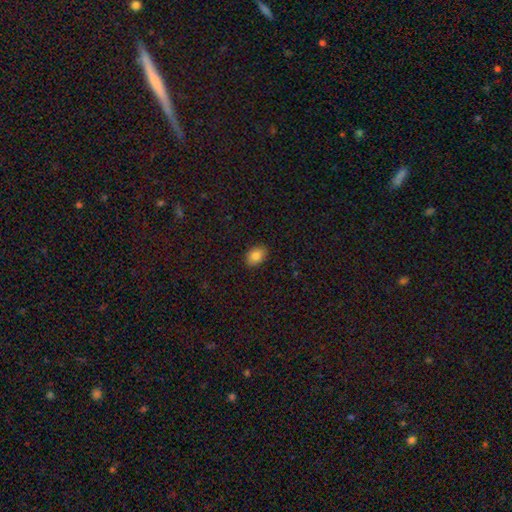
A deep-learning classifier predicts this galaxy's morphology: Q: Smooth or featured?
A: smooth (84%); runner-up: star or artifact (9%)
Q: How rounded?
A: in between (75%); runner-up: round (24%)
Q: Merging?
A: none (88%); runner-up: minor disturbance (9%)